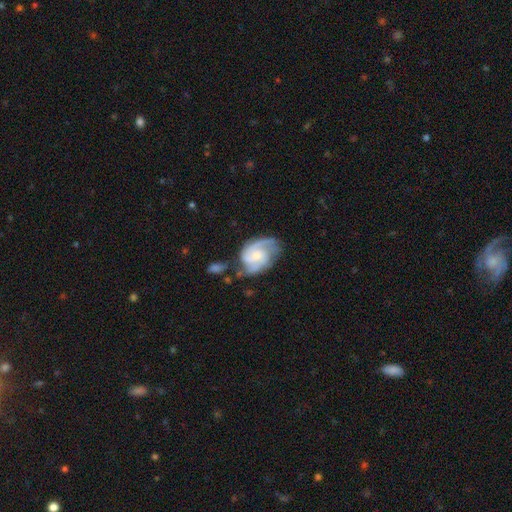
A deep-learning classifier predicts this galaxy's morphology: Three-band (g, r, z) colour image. It shows a featured or disk galaxy (86%) with no bar (58%), 2 (62%) medium (48%) spiral arms (97%) and a small central bulge (46%). Merging: none (58%).